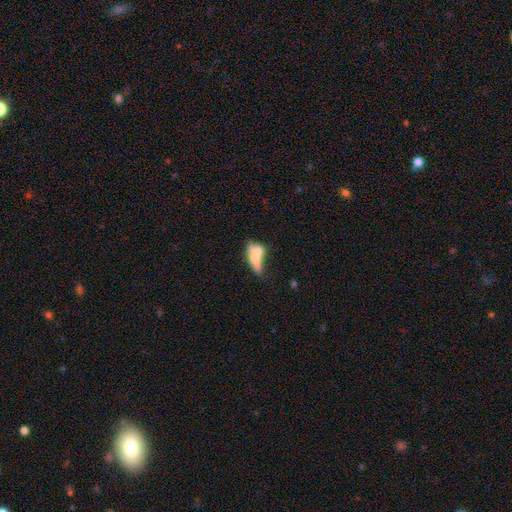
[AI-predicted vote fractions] A smooth galaxy with no disk features (58%) that is in between round and cigar-shaped (65%).

Vote fractions:
- Smooth or featured? smooth: 58% / featured or disk: 35% / star or artifact: 8%
- How rounded? in between: 65% / cigar-shaped: 25% / round: 11%
- Merging? merger: 57% / none: 23% / minor disturbance: 11% / major disturbance: 9%